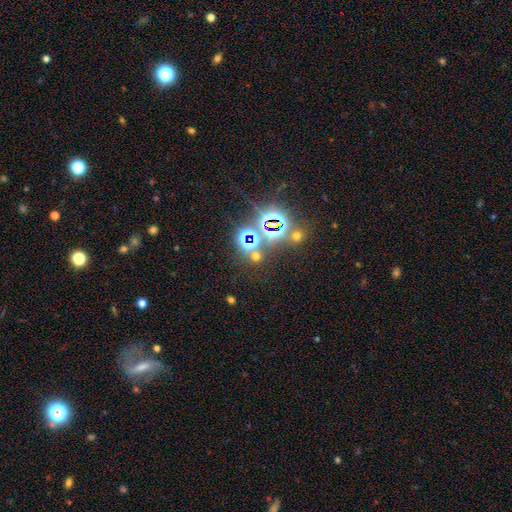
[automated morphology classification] star or artifact 63%, smooth 29%, featured or disk 8%.